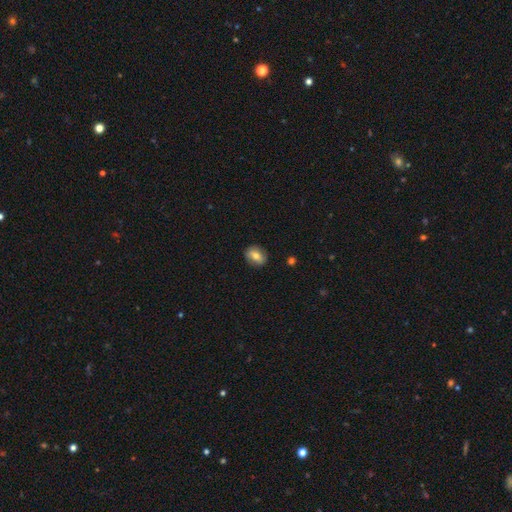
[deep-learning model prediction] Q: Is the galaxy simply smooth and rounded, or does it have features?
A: smooth — 66%.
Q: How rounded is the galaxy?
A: in between — 55%.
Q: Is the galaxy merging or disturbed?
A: none — 86%.